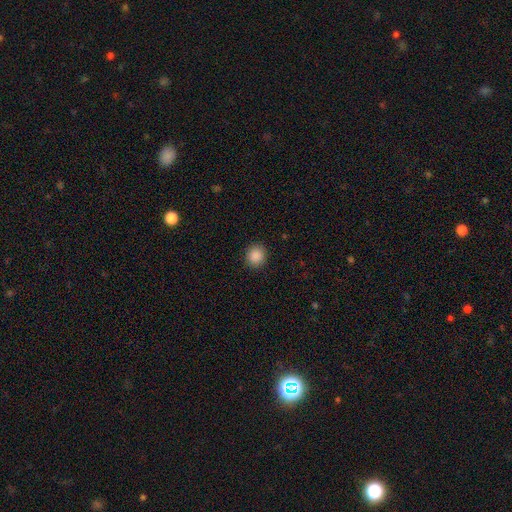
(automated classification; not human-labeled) smooth-or-featured: smooth: 88% | star or artifact: 9% | featured or disk: 3%
  how-rounded: round: 86% | in between: 13% | cigar-shaped: 1%
  merging: none: 90% | minor disturbance: 7% | major disturbance: 2% | merger: 1%